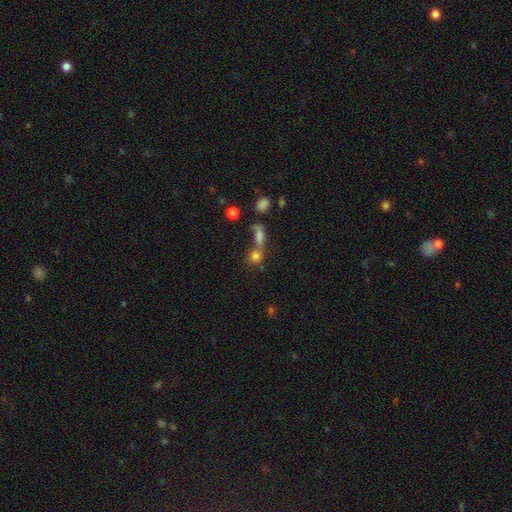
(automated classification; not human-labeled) A smooth galaxy with no disk features (73%) that is round (63%). Merging: merger (46%).